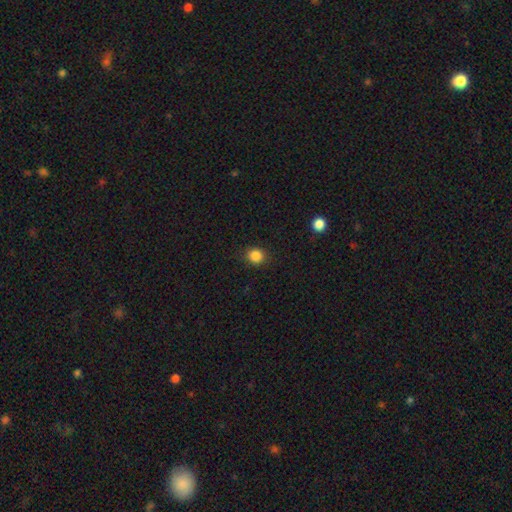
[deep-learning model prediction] smooth-or-featured: smooth: 86% | star or artifact: 11% | featured or disk: 3%
  how-rounded: round: 83% | in between: 16% | cigar-shaped: 1%
  merging: none: 88% | minor disturbance: 8% | major disturbance: 2% | merger: 1%